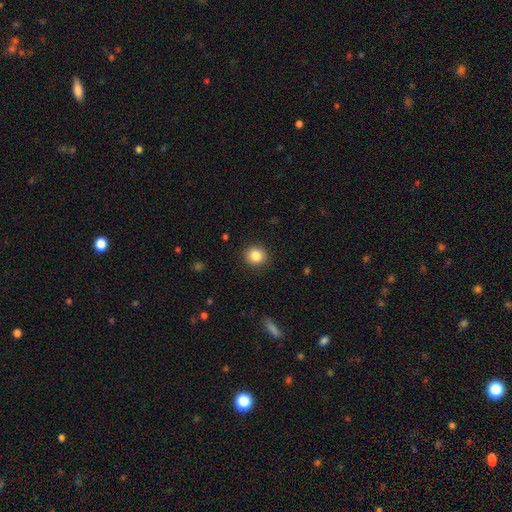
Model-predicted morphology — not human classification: Smooth or featured?
  - smooth: 85% *
  - star or artifact: 10%
  - featured or disk: 5%
How rounded?
  - round: 90% *
  - in between: 9%
  - cigar-shaped: 1%
Merging?
  - none: 91% *
  - minor disturbance: 6%
  - major disturbance: 2%
  - merger: 1%